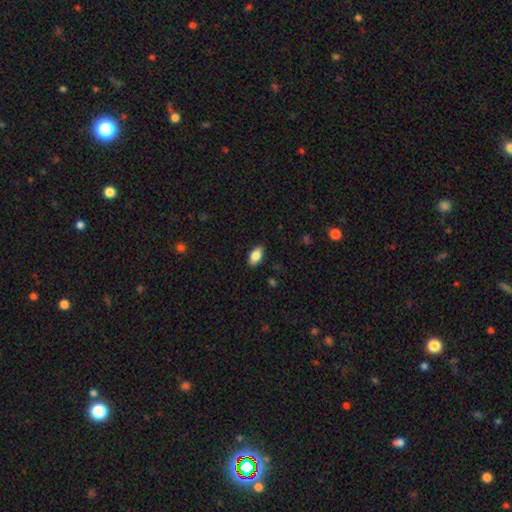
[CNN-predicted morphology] Overall: smooth (82%). How rounded: in between (91%). Merging: none (86%).